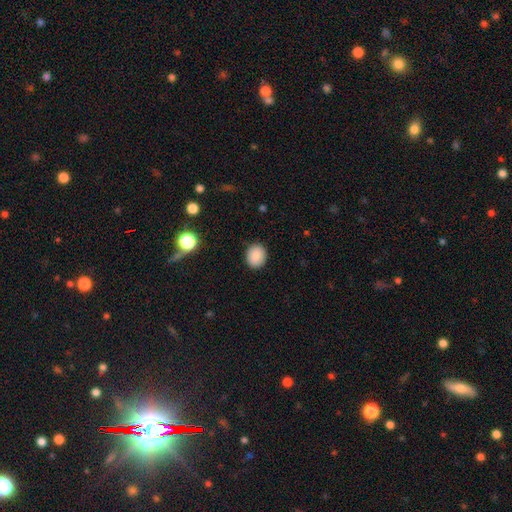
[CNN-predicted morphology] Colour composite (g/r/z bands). It shows a smooth galaxy with no disk features (86%) that is round (67%). Merging: none (90%).